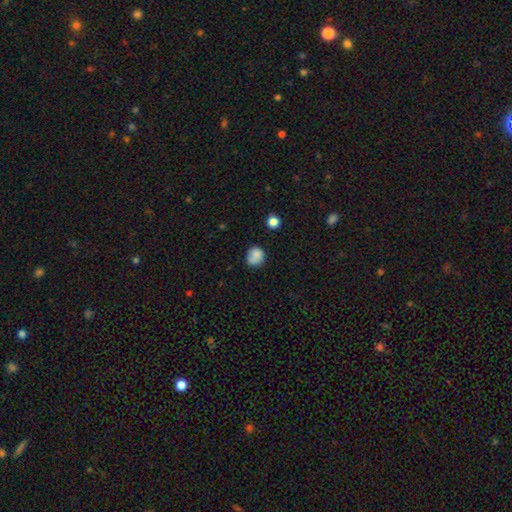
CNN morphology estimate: Smooth or featured? Predicted: smooth (p=0.79). How rounded? Predicted: round (p=0.78). Merging? Predicted: none (p=0.64).